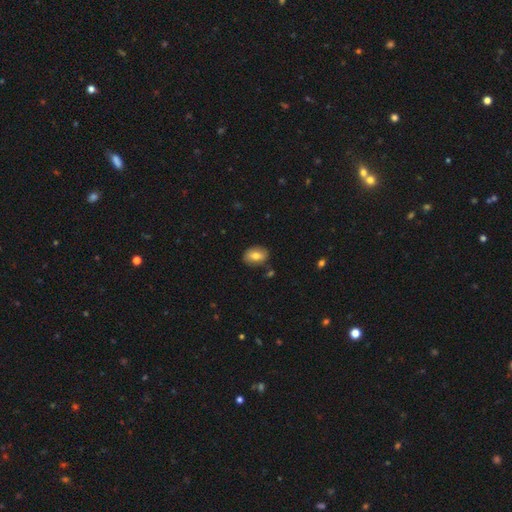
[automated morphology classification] Overall: smooth (74%). How rounded: in between (78%). Merging: none (81%).